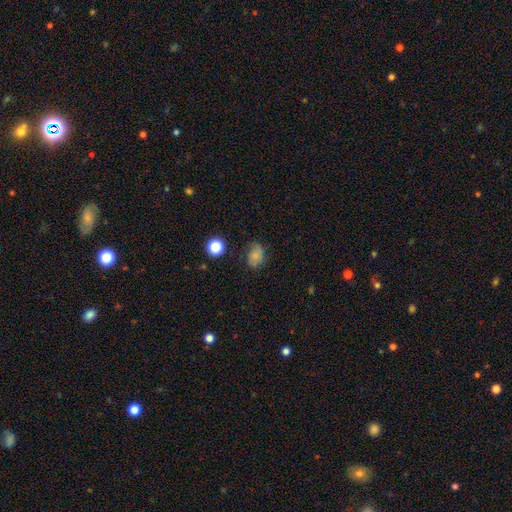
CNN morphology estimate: type=smooth (68%); roundness=in between (57%); merging=none (57%).